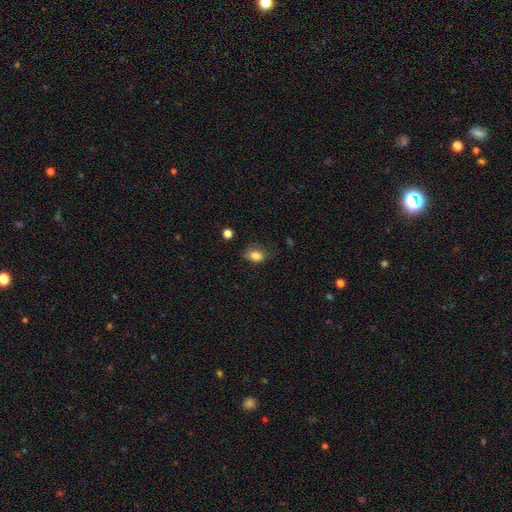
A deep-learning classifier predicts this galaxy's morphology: Overall: smooth (83%). How rounded: in between (73%). Merging: none (63%; minor disturbance 28%).